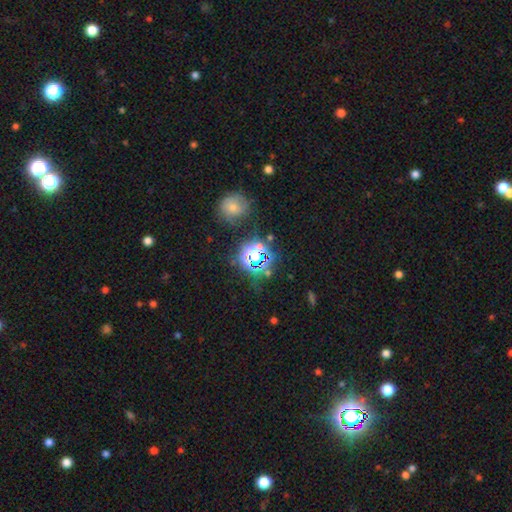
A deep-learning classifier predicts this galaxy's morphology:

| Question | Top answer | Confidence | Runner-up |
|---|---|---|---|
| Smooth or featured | star or artifact | 63% | smooth (26%) |